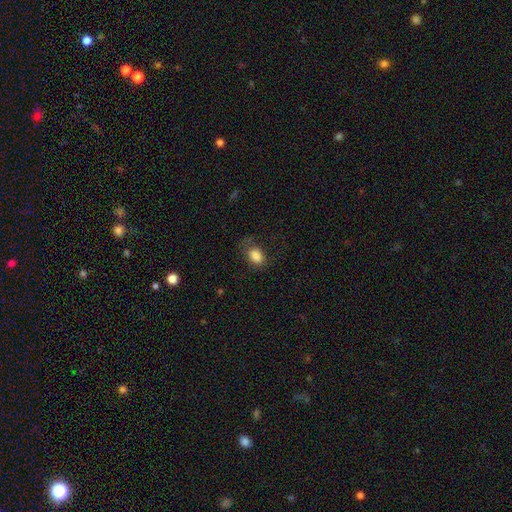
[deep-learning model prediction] A smooth galaxy with no disk features (84%) that is in between round and cigar-shaped (79%).

Vote fractions:
- Smooth or featured? smooth: 84% / star or artifact: 9% / featured or disk: 7%
- How rounded? in between: 79% / round: 19% / cigar-shaped: 1%
- Merging? none: 65% / minor disturbance: 22% / major disturbance: 12% / merger: 2%